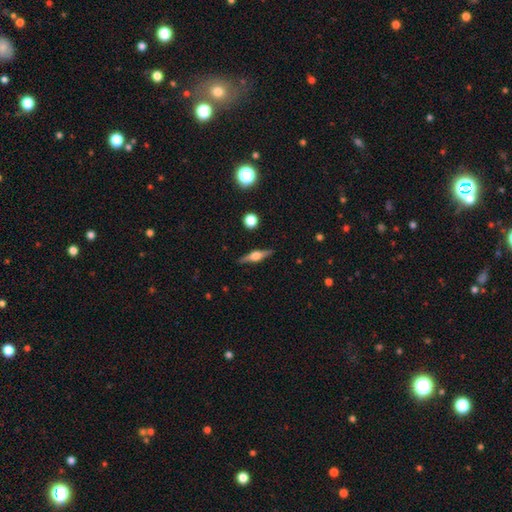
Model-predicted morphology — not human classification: Smooth or featured?
  - featured or disk: 70% *
  - smooth: 23%
  - star or artifact: 7%
Edge-on disk?
  - yes: 97% *
  - no: 3%
Edge-on bulge?
  - rounded: 90% *
  - boxy: 8%
  - none: 2%
Merging?
  - none: 89% *
  - minor disturbance: 8%
  - major disturbance: 2%
  - merger: 1%